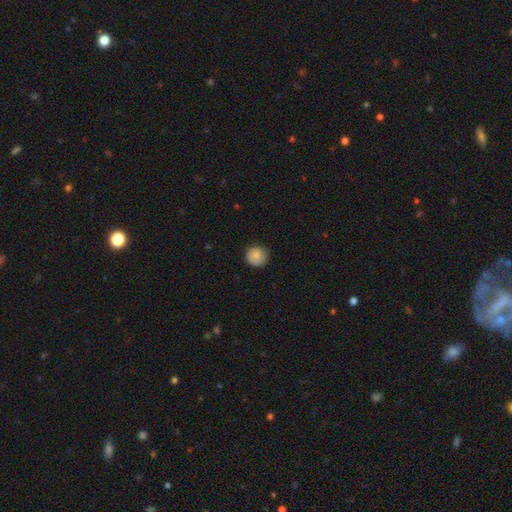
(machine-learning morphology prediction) Smooth or featured? smooth (85%)
How rounded? round (93%)
Merging? none (82%)